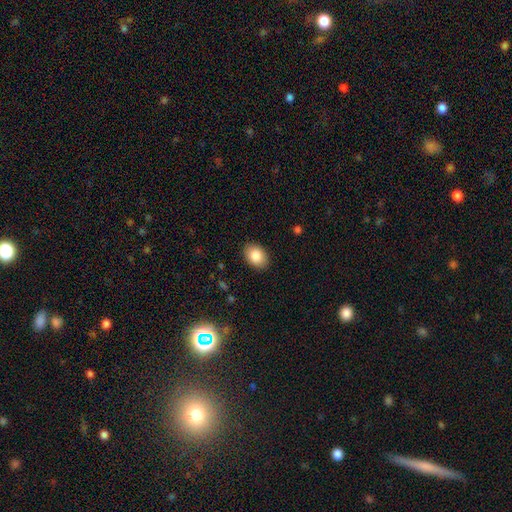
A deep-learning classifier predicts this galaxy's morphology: smooth_or_featured: smooth (p=0.86) [alt: star or artifact p=0.08]
how_rounded: in between (p=0.77) [alt: round p=0.22]
merging: none (p=0.89) [alt: minor disturbance p=0.08]